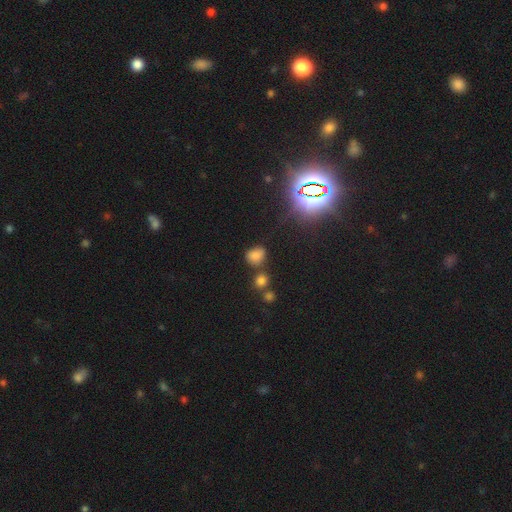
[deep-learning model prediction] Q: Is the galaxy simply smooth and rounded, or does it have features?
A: smooth — 71%.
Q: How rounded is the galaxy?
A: round — 52%.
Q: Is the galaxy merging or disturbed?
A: none — 63%.